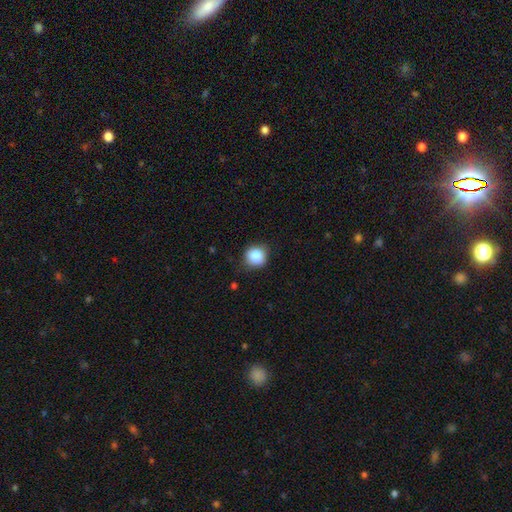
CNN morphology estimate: Smooth or featured?
  - smooth: 85% *
  - star or artifact: 10%
  - featured or disk: 6%
How rounded?
  - round: 88% *
  - in between: 12%
  - cigar-shaped: 1%
Merging?
  - none: 83% *
  - minor disturbance: 13%
  - major disturbance: 3%
  - merger: 1%